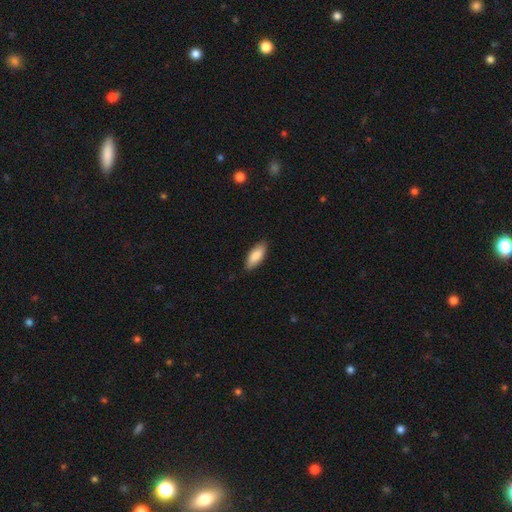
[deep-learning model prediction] The model was most divided on "how rounded": in between: 79%, cigar-shaped: 19%, round: 2%. More confident: merging — none (86%); smooth or featured — smooth (84%).